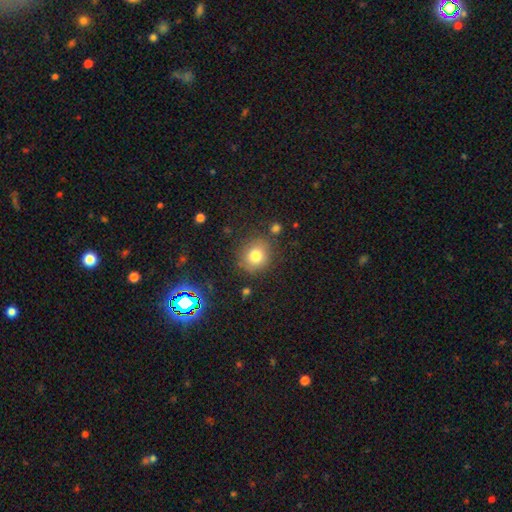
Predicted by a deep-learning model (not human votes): smooth-or-featured: smooth: 77% | star or artifact: 13% | featured or disk: 9%
  how-rounded: round: 83% | in between: 16% | cigar-shaped: 1%
  merging: none: 82% | minor disturbance: 11% | major disturbance: 4% | merger: 3%